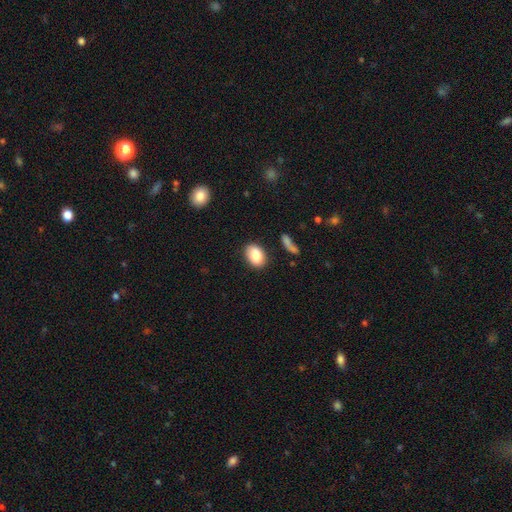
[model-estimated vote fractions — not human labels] Smooth or featured? Predicted: smooth (p=0.86). How rounded? Predicted: in between (p=0.83). Merging? Predicted: none (p=0.84).